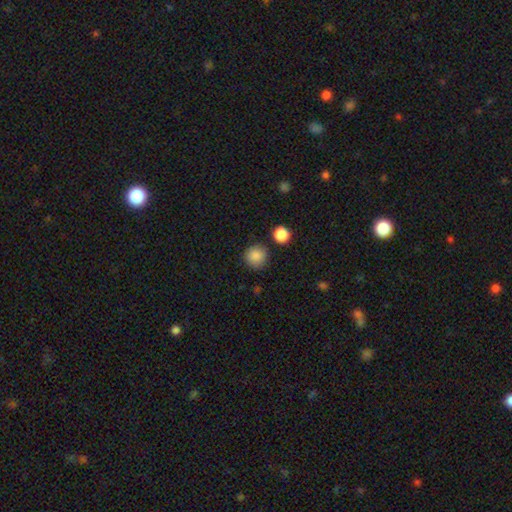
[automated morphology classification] Q: Smooth or featured?
A: smooth (87%); runner-up: star or artifact (9%)
Q: How rounded?
A: round (93%); runner-up: in between (6%)
Q: Merging?
A: none (85%); runner-up: minor disturbance (9%)